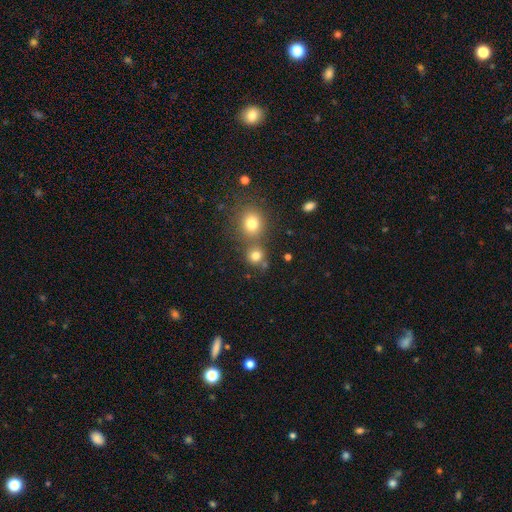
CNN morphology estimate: A smooth galaxy with no disk features (78%) that is round (86%).

Vote fractions:
- Smooth or featured? smooth: 78% / star or artifact: 15% / featured or disk: 7%
- How rounded? round: 86% / in between: 13% / cigar-shaped: 1%
- Merging? none: 63% / merger: 26% / minor disturbance: 8% / major disturbance: 3%